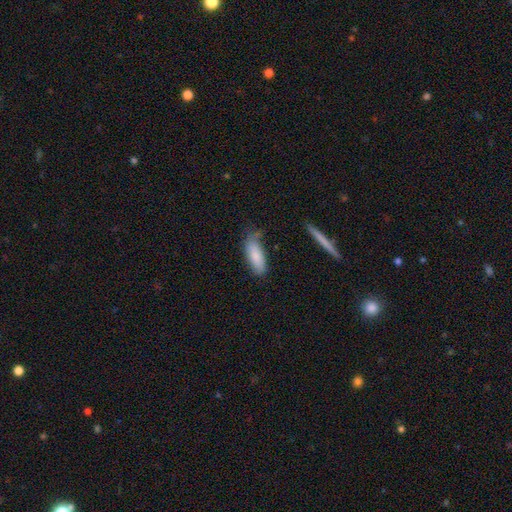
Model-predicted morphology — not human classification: The model was most divided on "merging": none: 56%, minor disturbance: 32%, major disturbance: 8%, merger: 4%. More confident: smooth or featured — smooth (83%); how rounded — in between (73%).